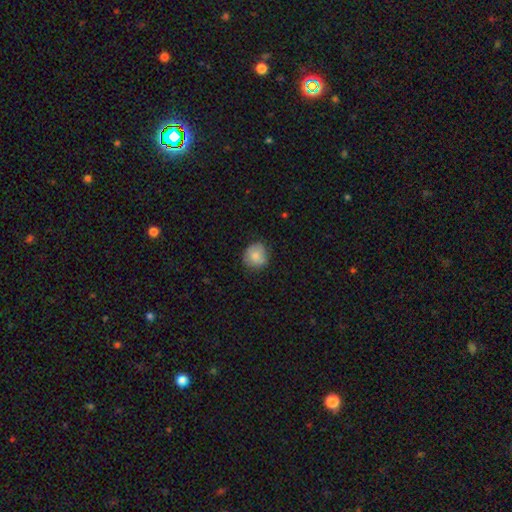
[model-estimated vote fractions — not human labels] A smooth galaxy with no disk features (81%) that is round (83%). Merging: none (75%).